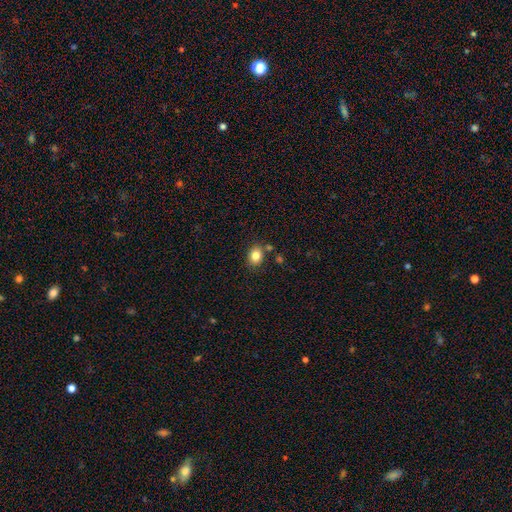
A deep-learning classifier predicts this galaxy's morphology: Smooth or featured?
  - smooth: 83% *
  - star or artifact: 11%
  - featured or disk: 6%
How rounded?
  - in between: 50% *
  - round: 49%
  - cigar-shaped: 1%
Merging?
  - none: 79% *
  - minor disturbance: 11%
  - merger: 7%
  - major disturbance: 3%